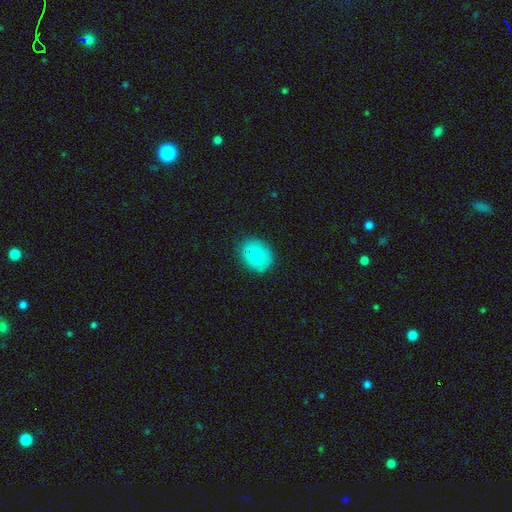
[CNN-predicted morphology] A smooth galaxy with no disk features (75%) that is round (64%).

Vote fractions:
- Smooth or featured? smooth: 75% / featured or disk: 16% / star or artifact: 9%
- How rounded? round: 64% / in between: 35% / cigar-shaped: 1%
- Merging? none: 74% / minor disturbance: 16% / merger: 7% / major disturbance: 3%